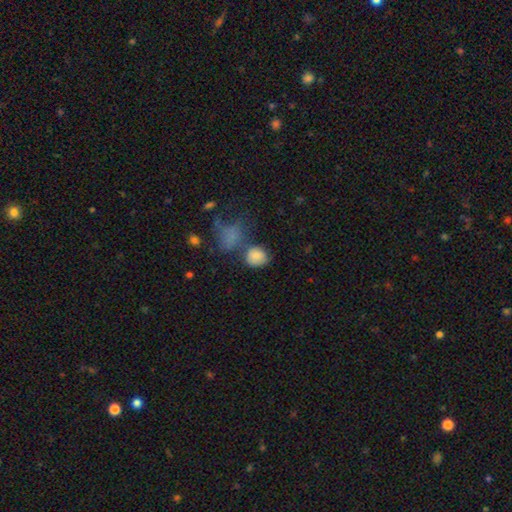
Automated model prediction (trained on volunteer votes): smooth-or-featured: smooth: 82% | star or artifact: 10% | featured or disk: 8%
  how-rounded: round: 72% | in between: 27% | cigar-shaped: 1%
  merging: none: 58% | merger: 18% | minor disturbance: 17% | major disturbance: 7%